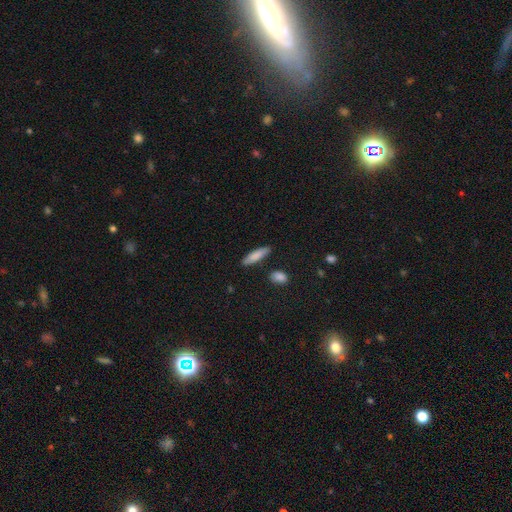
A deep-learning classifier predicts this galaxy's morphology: This appears to be a smooth galaxy with no disk features (82%) that is cigar-shaped (66%). Merging: none (83%).